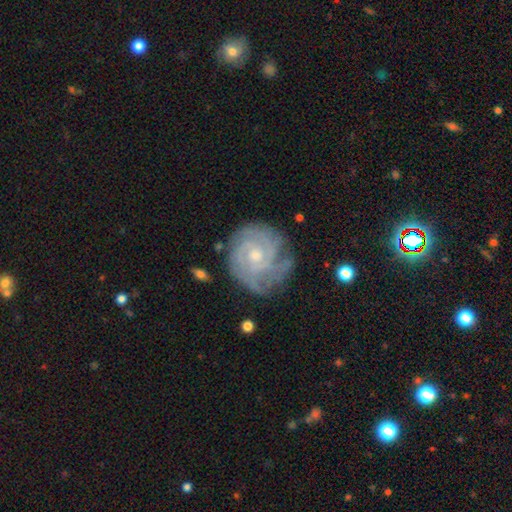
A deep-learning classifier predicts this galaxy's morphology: smooth-or-featured: featured or disk: 86% | smooth: 8% | star or artifact: 6%
  disk-edge-on: no: 98% | yes: 2%
    bar: no: 70% | weak: 26% | strong: 4%
    has-spiral-arms: yes: 96% | no: 4%
      spiral-winding: tight: 75% | medium: 21% | loose: 4%
      spiral-arm-count: can't tell: 28% (tied) | 3: 28% (tied) | 4: 17% | 2: 16% | more than 4: 6% | 1: 6%
    bulge-size: small: 55% | moderate: 41% | none: 2% | large: 1% | dominant: 1%
  merging: none: 71% | minor disturbance: 20% | major disturbance: 7% | merger: 2%